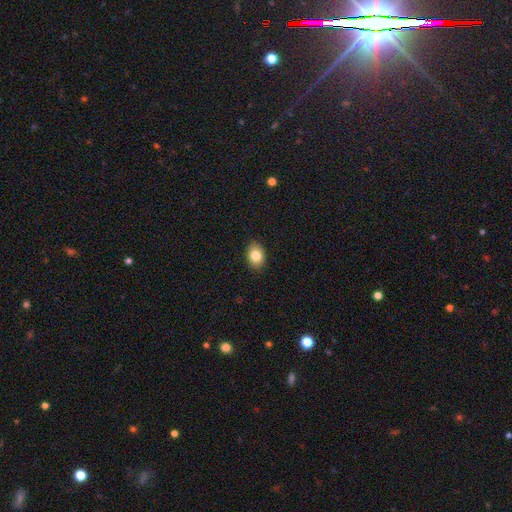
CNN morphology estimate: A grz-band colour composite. It shows a smooth galaxy with no disk features (83%) that is in between round and cigar-shaped (78%). Merging: none (89%).